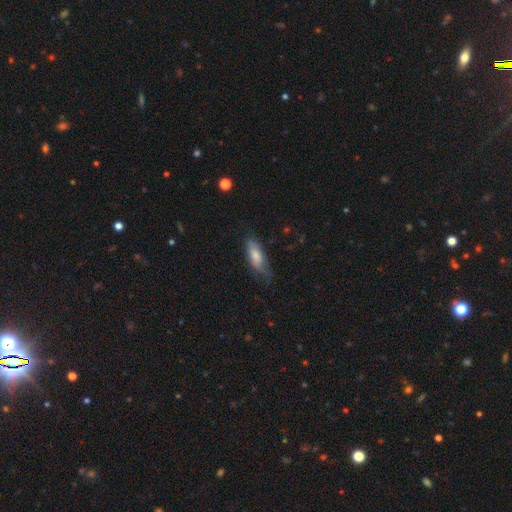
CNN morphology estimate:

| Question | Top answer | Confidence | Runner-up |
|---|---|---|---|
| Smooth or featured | smooth | 72% | featured or disk (22%) |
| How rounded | in between | 69% | cigar-shaped (29%) |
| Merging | none | 56% | minor disturbance (32%) |